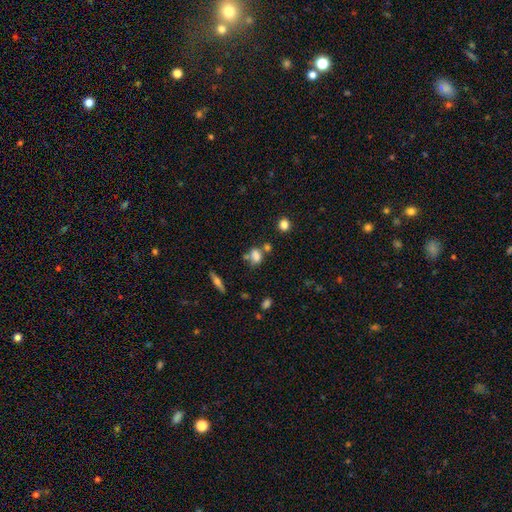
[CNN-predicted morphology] This is likely a smooth galaxy (72%). How rounded: likely in between (69%). Merging: marginally none (43%).